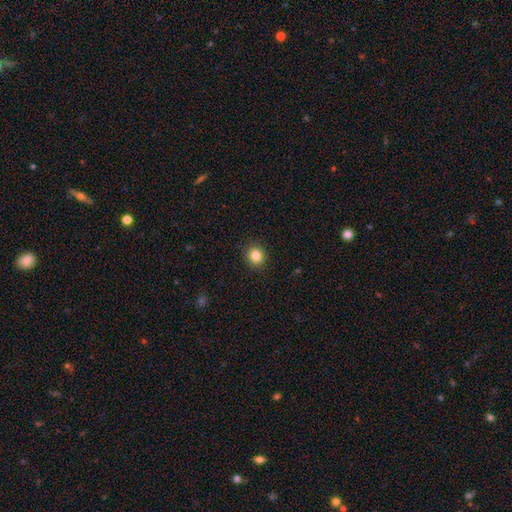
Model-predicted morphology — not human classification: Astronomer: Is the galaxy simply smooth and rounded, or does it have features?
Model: smooth — 84%.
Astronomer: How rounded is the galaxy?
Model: round — 82%.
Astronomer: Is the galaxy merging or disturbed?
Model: none — 91%.